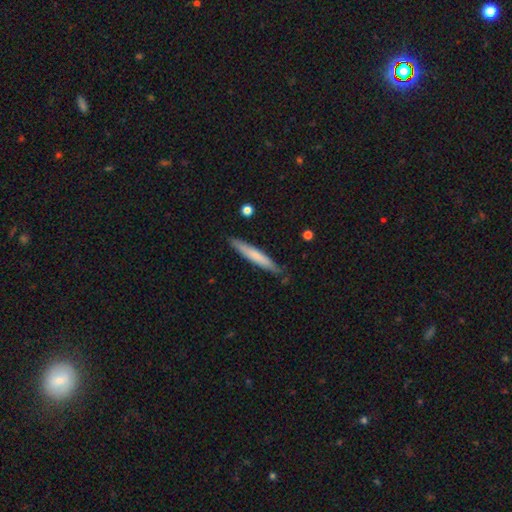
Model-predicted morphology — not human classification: This is likely a smooth galaxy (67%). How rounded: clearly cigar-shaped (95%). Merging: clearly none (85%).